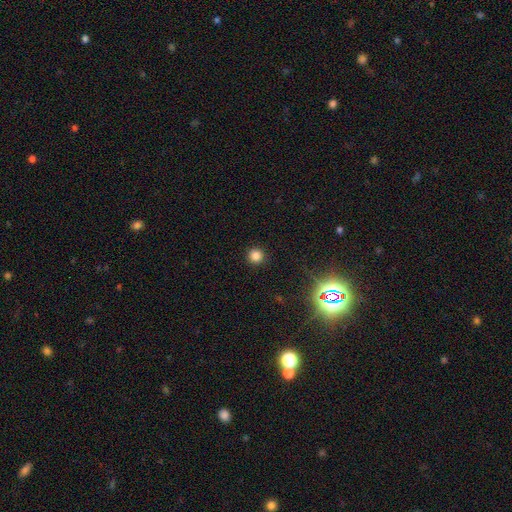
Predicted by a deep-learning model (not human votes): Overall: smooth (80%). How rounded: round (95%). Merging: none (92%).